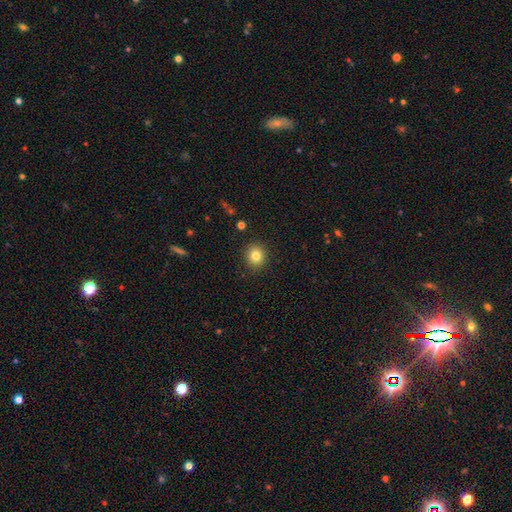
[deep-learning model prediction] Overall: smooth (81%). How rounded: round (89%). Merging: none (90%).